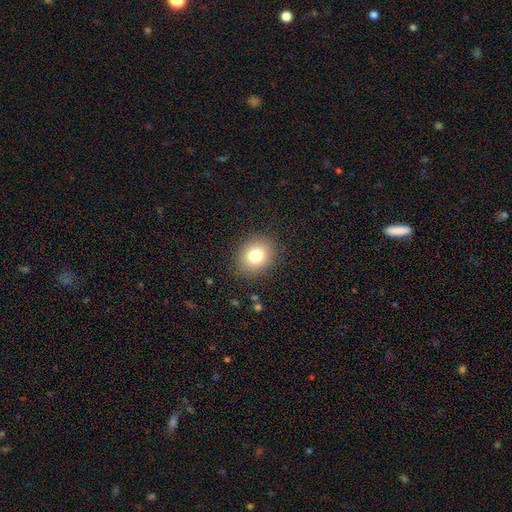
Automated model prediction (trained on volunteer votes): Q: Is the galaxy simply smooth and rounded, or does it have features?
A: smooth — 79%.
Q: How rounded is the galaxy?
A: round — 66%.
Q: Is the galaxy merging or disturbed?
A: none — 88%.